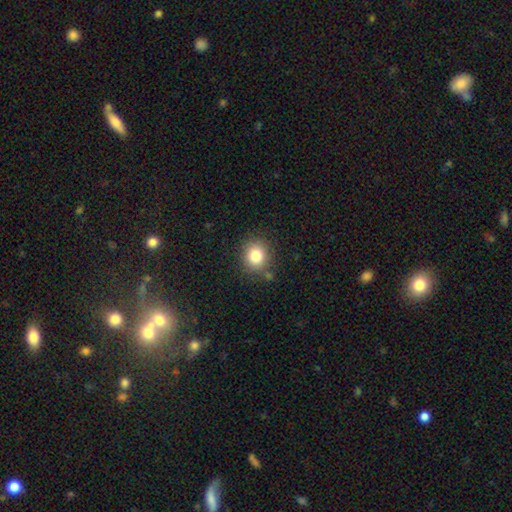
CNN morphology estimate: smooth_or_featured: smooth (p=0.81) [alt: star or artifact p=0.11]
how_rounded: round (p=0.81) [alt: in between p=0.18]
merging: none (p=0.82) [alt: minor disturbance p=0.11]